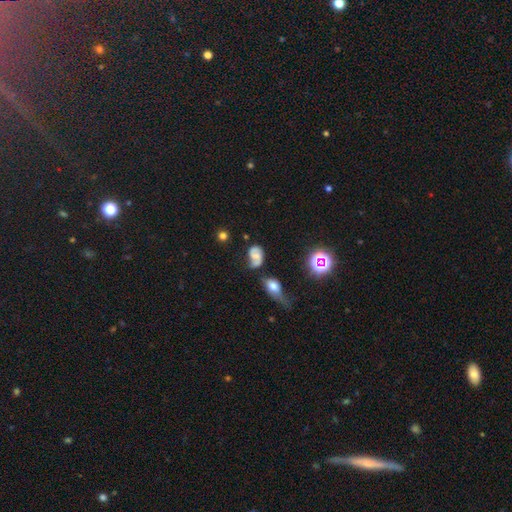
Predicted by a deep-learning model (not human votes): Morphology: type=featured or disk (48%); merging=none (41%).